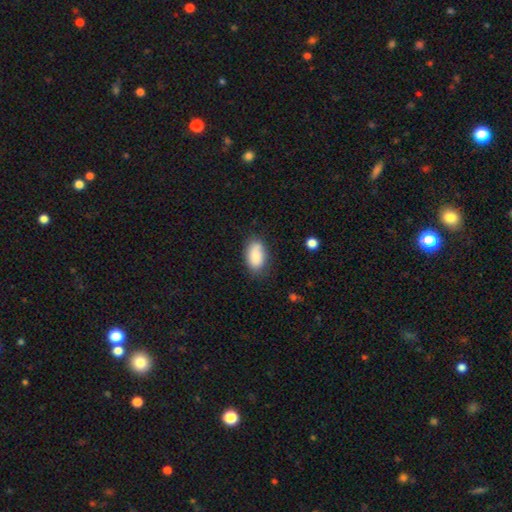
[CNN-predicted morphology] smooth 84%, featured or disk 9%, star or artifact 7%. Down the decision tree: how rounded — in between (92%); merging — none (72%).